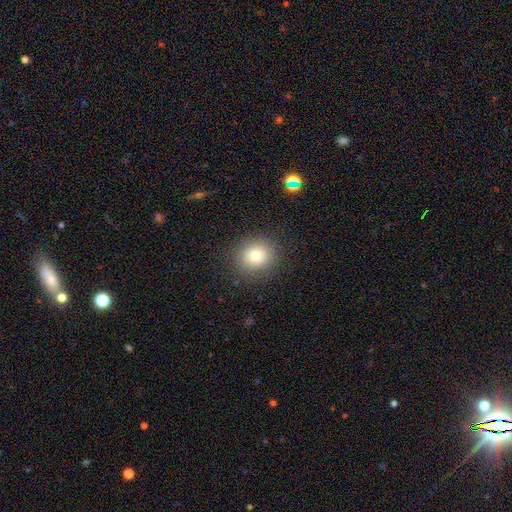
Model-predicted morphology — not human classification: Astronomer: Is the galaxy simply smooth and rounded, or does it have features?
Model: smooth — 78%.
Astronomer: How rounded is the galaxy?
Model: round — 84%.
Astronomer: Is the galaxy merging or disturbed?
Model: none — 88%.